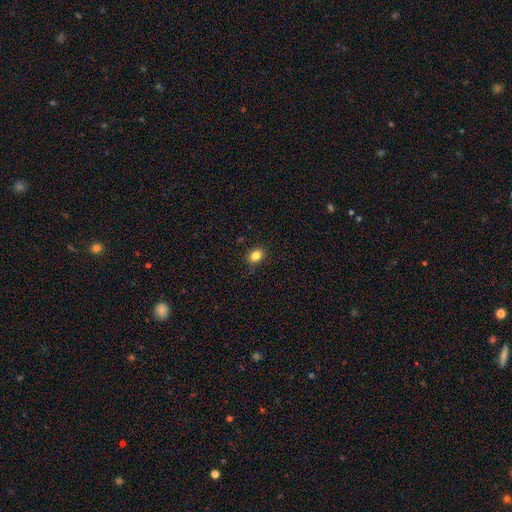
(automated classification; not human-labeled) smooth_or_featured: smooth (p=0.83) [alt: star or artifact p=0.11]
how_rounded: in between (p=0.58) [alt: round p=0.41]
merging: none (p=0.83) [alt: minor disturbance p=0.14]